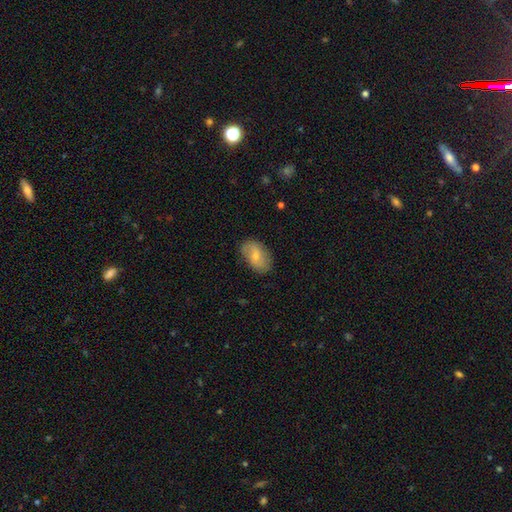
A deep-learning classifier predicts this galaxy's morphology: Q: Smooth or featured?
A: smooth (59%); runner-up: featured or disk (35%)
Q: How rounded?
A: in between (90%); runner-up: round (8%)
Q: Merging?
A: none (78%); runner-up: minor disturbance (17%)